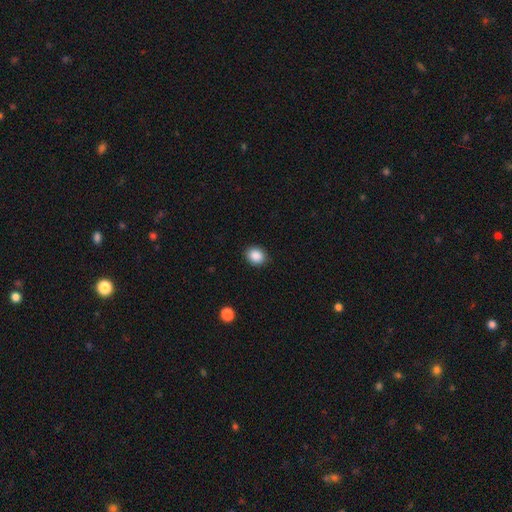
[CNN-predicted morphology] The model was most divided on "how rounded": round: 62%, in between: 38%, cigar-shaped: 1%. More confident: merging — none (89%); smooth or featured — smooth (89%).